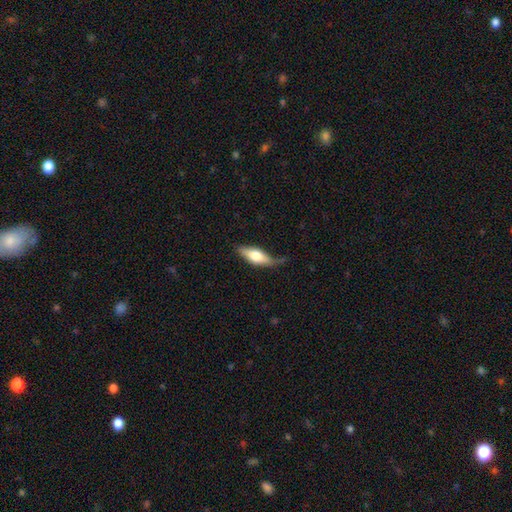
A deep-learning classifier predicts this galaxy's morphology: Smooth or featured? Predicted: smooth (p=0.60). How rounded? Predicted: in between (p=0.64). Merging? Predicted: none (p=0.54).